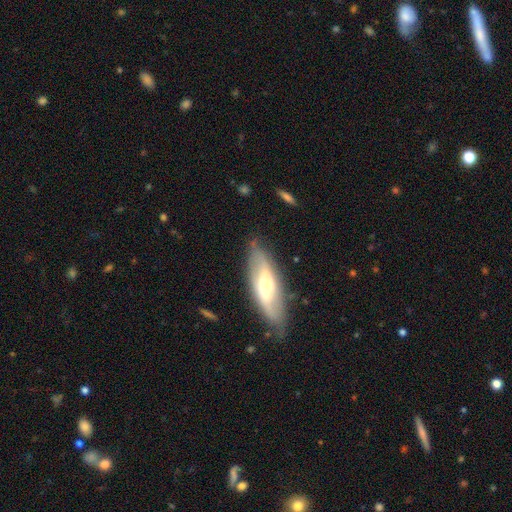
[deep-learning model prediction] Smooth or featured? featured or disk (61%)
Edge-on disk? no (69%)
Merging? none (75%)